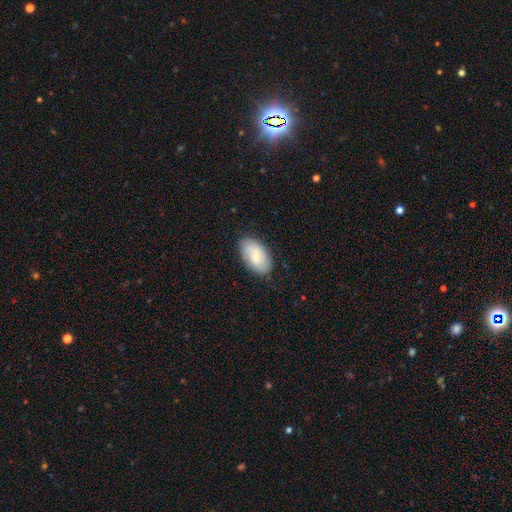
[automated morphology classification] Overall: smooth (53%; featured or disk 40%). How rounded: in between (94%). Merging: none (81%).